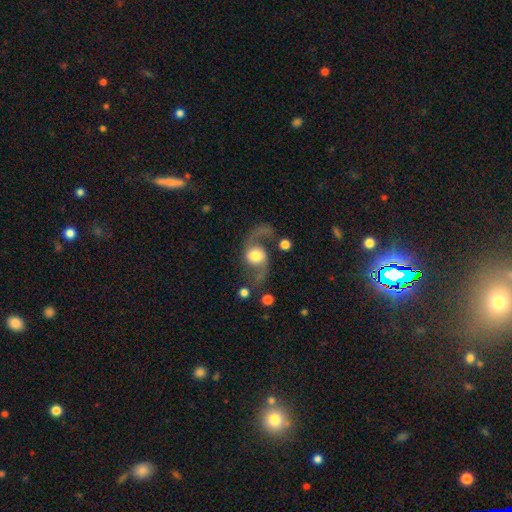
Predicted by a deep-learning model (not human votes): A featured or disk galaxy (75%) with no bar (65%), 2 (91%) loose (82%) spiral arms (91%) and a moderate central bulge (44%). Merging: none (55%).